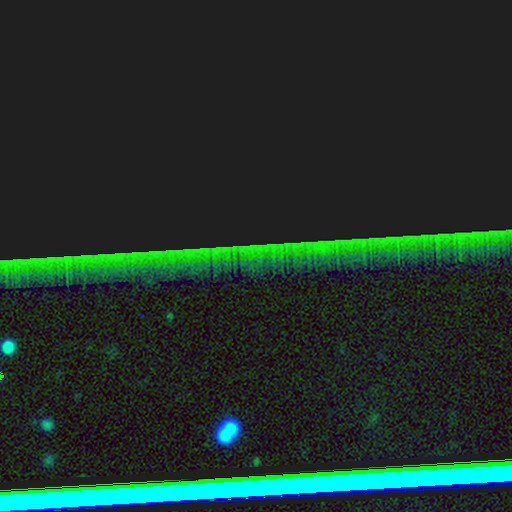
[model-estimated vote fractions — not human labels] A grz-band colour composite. It shows a star or artifact, not a galaxy (83%).